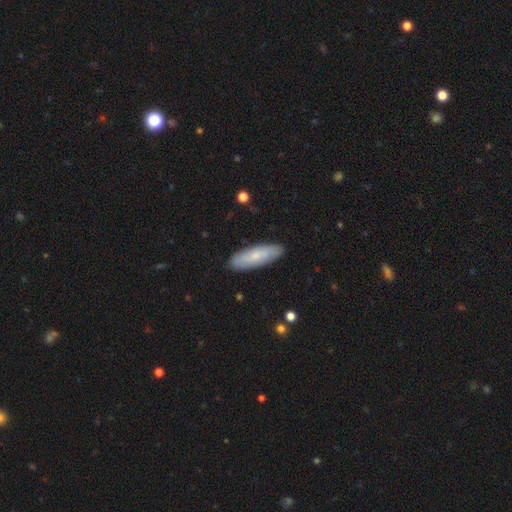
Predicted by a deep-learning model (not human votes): Overall: smooth (64%; featured or disk 30%). How rounded: cigar-shaped (51%; in between 47%). Merging: none (87%).